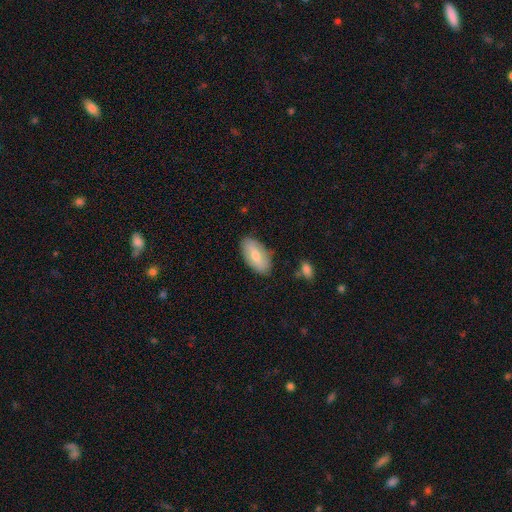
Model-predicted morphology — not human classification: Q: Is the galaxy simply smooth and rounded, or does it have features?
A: smooth — 69%.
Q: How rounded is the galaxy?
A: in between — 93%.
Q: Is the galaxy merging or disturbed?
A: none — 82%.